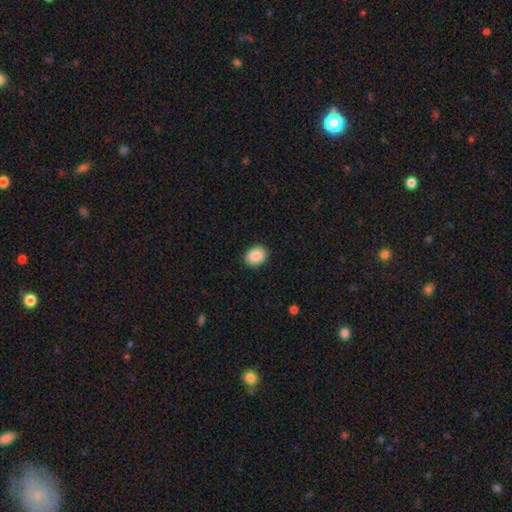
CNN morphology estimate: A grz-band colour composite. It shows a smooth galaxy with no disk features (89%) that is in between round and cigar-shaped (63%). Merging: none (90%).